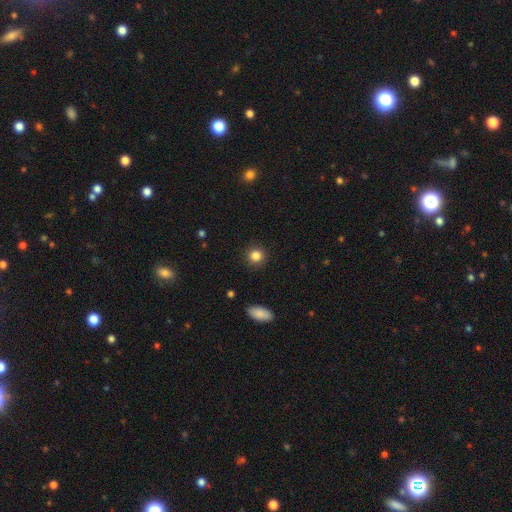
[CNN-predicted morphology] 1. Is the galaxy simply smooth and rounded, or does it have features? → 85% smooth, 10% star or artifact, 4% featured or disk.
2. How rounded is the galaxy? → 90% round, 9% in between, 1% cigar-shaped.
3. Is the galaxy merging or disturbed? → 90% none, 6% minor disturbance, 2% major disturbance, 1% merger.